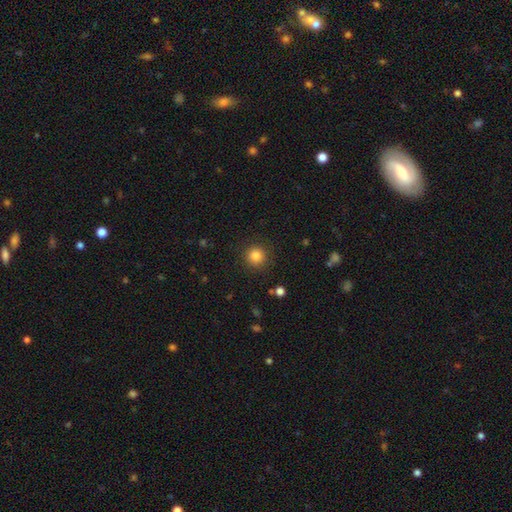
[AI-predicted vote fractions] Smooth or featured? Predicted: smooth (p=0.84). How rounded? Predicted: round (p=0.95). Merging? Predicted: none (p=0.90).